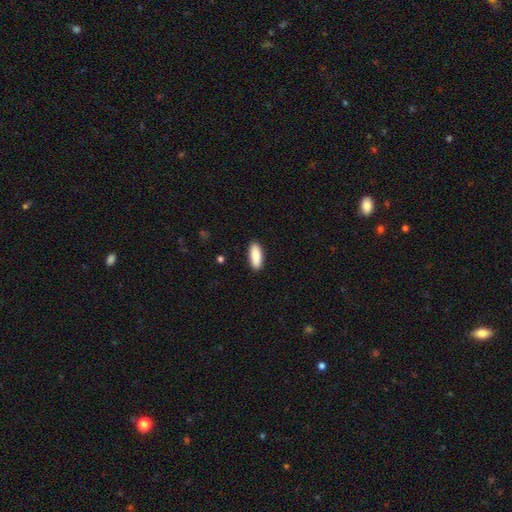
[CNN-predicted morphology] A smooth galaxy with no disk features (89%) that is in between round and cigar-shaped (76%).

Vote fractions:
- Smooth or featured? smooth: 89% / star or artifact: 5% / featured or disk: 5%
- How rounded? in between: 76% / cigar-shaped: 23% / round: 2%
- Merging? none: 90% / minor disturbance: 7% / major disturbance: 2% / merger: 1%